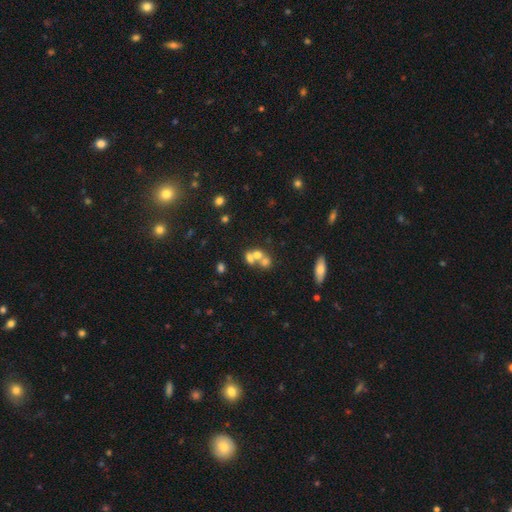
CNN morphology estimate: Overall: smooth (59%; featured or disk 27%). How rounded: round (60%; in between 38%). Merging: merger (61%; none 27%).